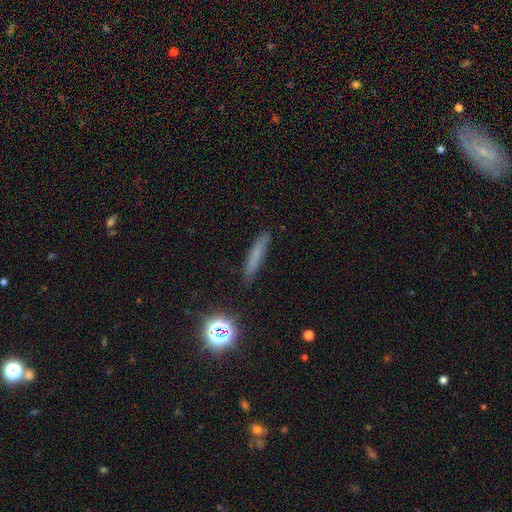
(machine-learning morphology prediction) type=smooth (65%); roundness=cigar-shaped (90%); merging=none (84%).